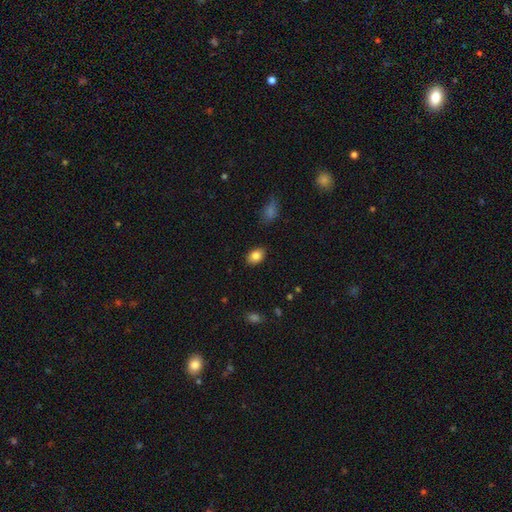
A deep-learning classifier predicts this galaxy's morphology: A smooth galaxy with no disk features (84%) that is in between round and cigar-shaped (82%). Merging: none (87%).